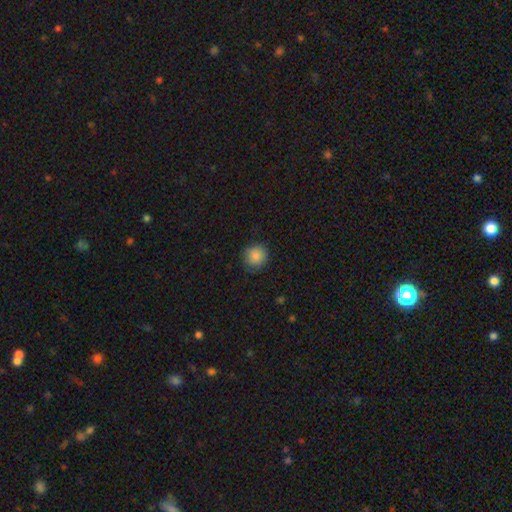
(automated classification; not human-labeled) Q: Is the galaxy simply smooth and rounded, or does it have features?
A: smooth — 86%.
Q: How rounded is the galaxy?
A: round — 89%.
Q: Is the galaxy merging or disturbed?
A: none — 81%.